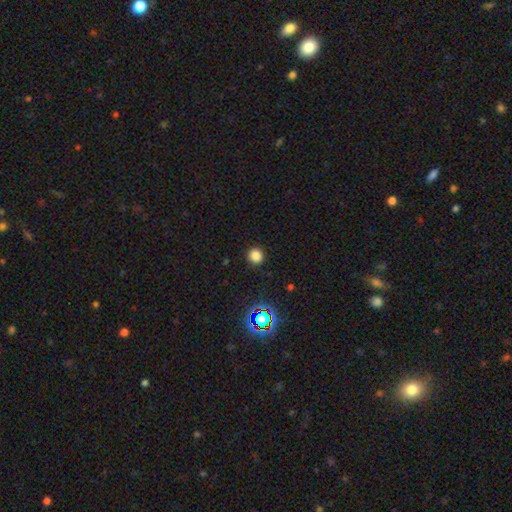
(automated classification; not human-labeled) A smooth galaxy with no disk features (80%) that is round (89%). Merging: none (91%).